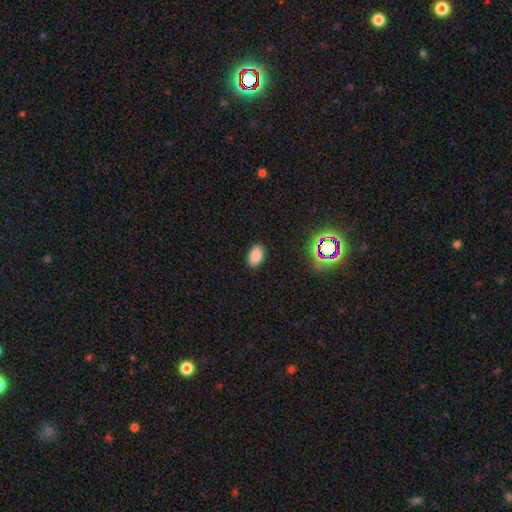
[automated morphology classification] The model was most divided on "smooth or featured": smooth: 84%, star or artifact: 12%, featured or disk: 4%. More confident: how rounded — in between (91%); merging — none (88%).